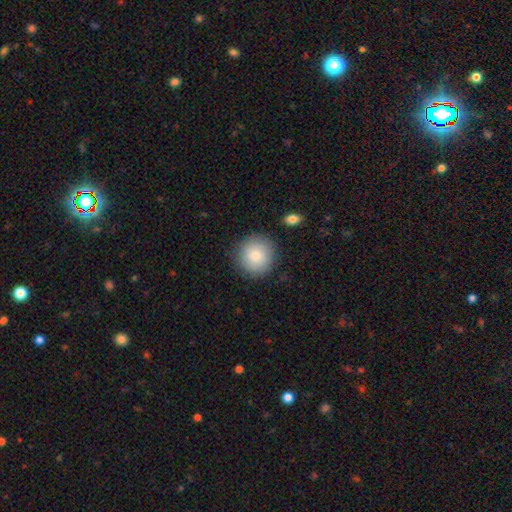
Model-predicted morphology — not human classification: Smooth or featured? Predicted: smooth (p=0.80). How rounded? Predicted: round (p=0.93). Merging? Predicted: none (p=0.86).